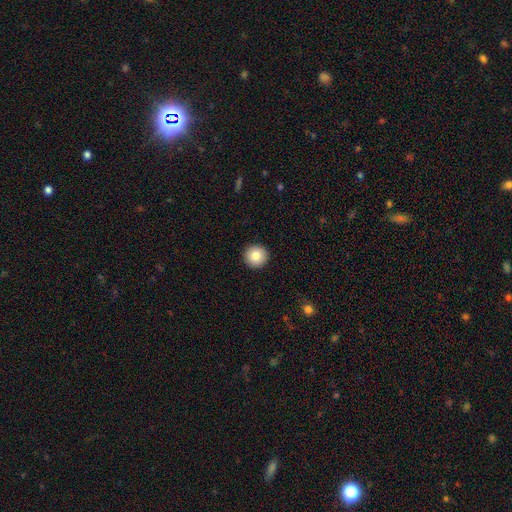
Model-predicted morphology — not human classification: smooth-or-featured: smooth: 83% | star or artifact: 8% | featured or disk: 8%
  how-rounded: round: 96% | in between: 3% | cigar-shaped: 1%
  merging: none: 94% | minor disturbance: 4% | major disturbance: 1% | merger: 1%